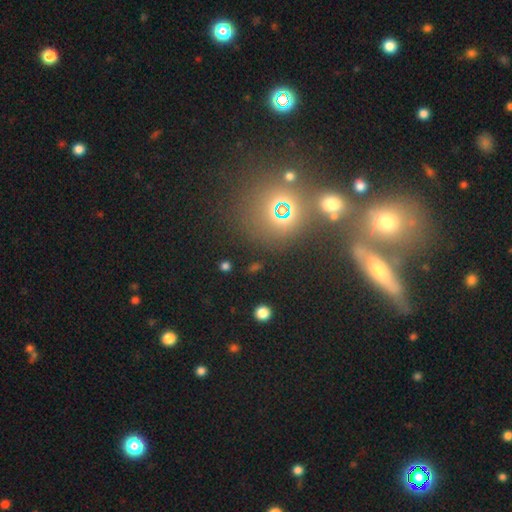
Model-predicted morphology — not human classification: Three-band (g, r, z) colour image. It shows a smooth galaxy with no disk features (39%). Merging: none (66%).